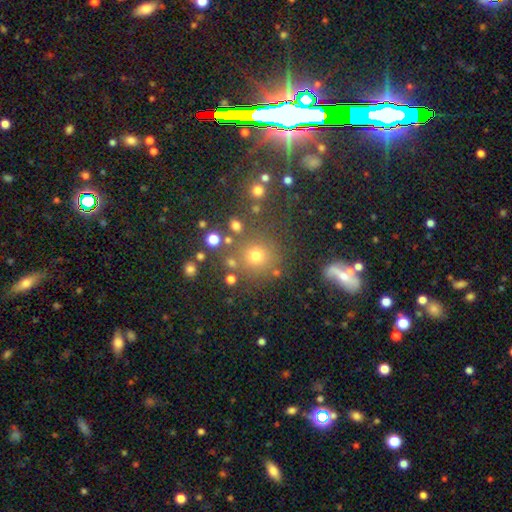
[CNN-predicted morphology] Smooth or featured? Predicted: smooth (p=0.69). How rounded? Predicted: round (p=0.92). Merging? Predicted: none (p=0.78).